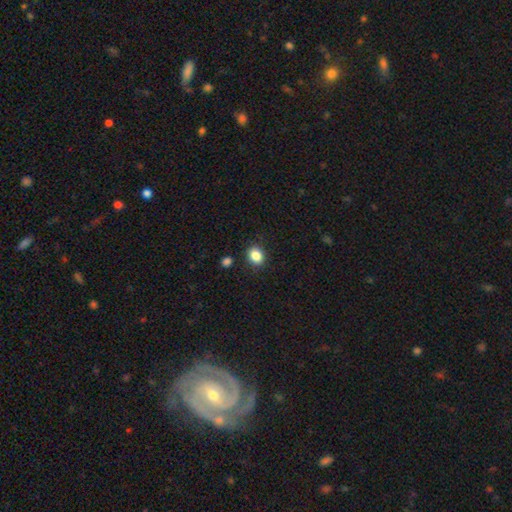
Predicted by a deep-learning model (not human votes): smooth-or-featured: smooth: 86% | star or artifact: 10% | featured or disk: 4%
  how-rounded: round: 51% | in between: 48% | cigar-shaped: 1%
  merging: none: 87% | minor disturbance: 8% | major disturbance: 2% | merger: 2%